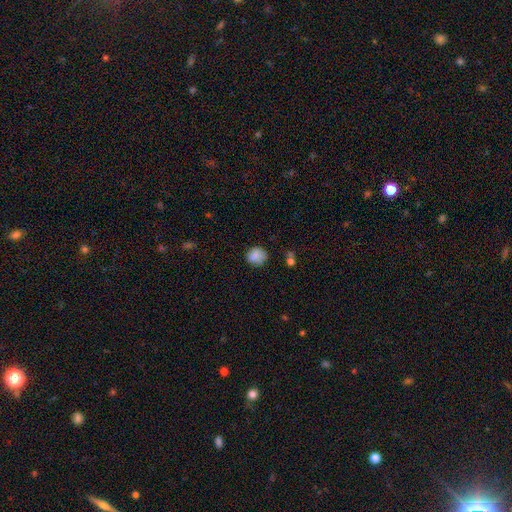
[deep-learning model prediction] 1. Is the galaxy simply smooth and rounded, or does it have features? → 84% smooth, 9% star or artifact, 7% featured or disk.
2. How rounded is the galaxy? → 81% round, 18% in between, 1% cigar-shaped.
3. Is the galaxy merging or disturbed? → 73% none, 20% minor disturbance, 5% major disturbance, 3% merger.